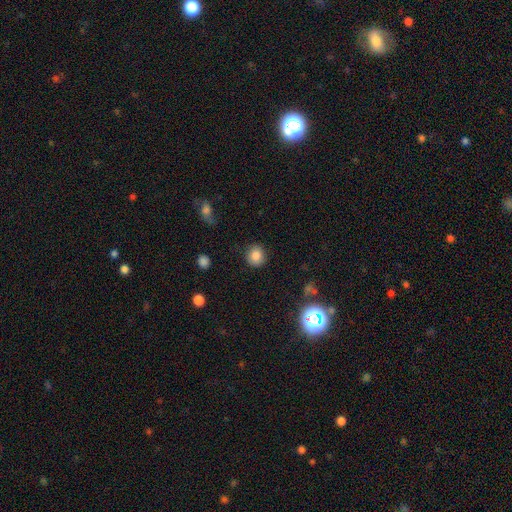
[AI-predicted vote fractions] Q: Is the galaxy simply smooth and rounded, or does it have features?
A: smooth — 84%.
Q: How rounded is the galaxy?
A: round — 86%.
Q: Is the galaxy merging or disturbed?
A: none — 85%.